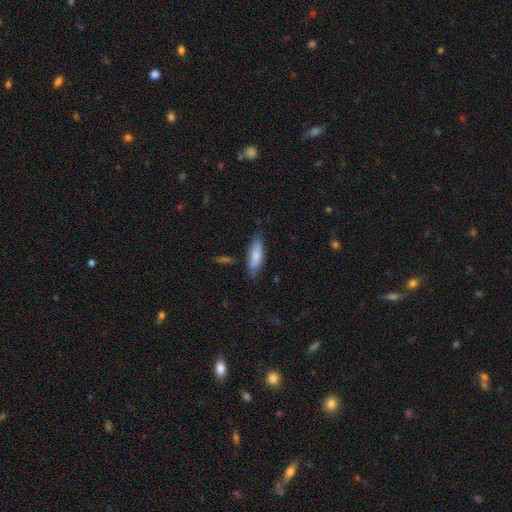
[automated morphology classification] type=smooth (80%); roundness=in between (56%); merging=none (73%).